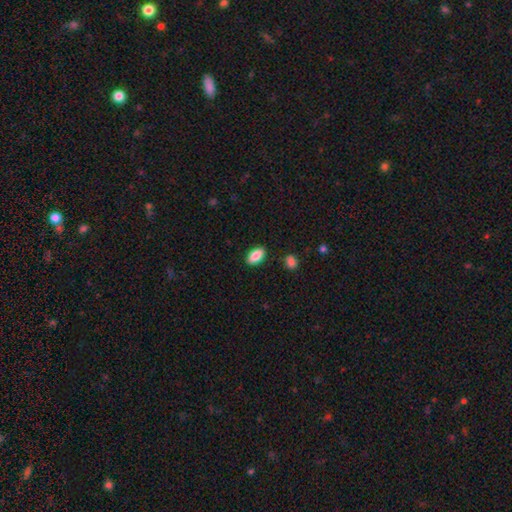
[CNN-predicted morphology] A smooth galaxy with no disk features (87%) that is in between round and cigar-shaped (91%). Merging: none (87%).